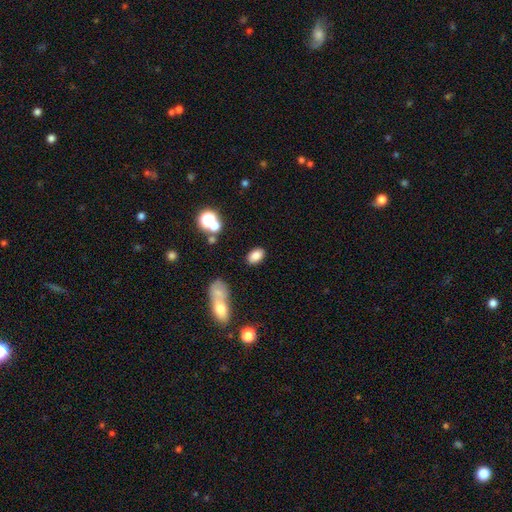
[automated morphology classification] Smooth or featured?
  - smooth: 82% *
  - star or artifact: 10%
  - featured or disk: 7%
How rounded?
  - in between: 88% *
  - round: 10%
  - cigar-shaped: 2%
Merging?
  - none: 81% *
  - minor disturbance: 10%
  - merger: 5%
  - major disturbance: 4%